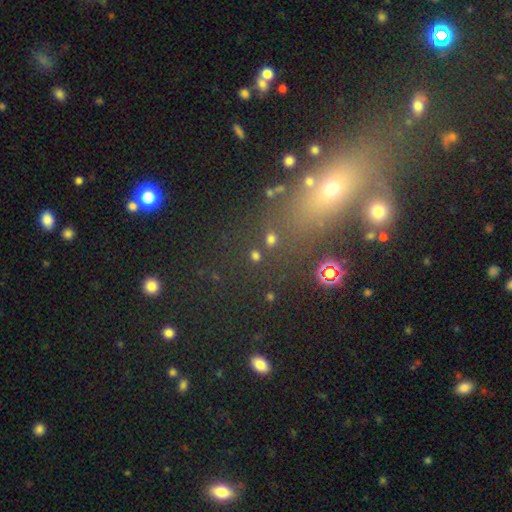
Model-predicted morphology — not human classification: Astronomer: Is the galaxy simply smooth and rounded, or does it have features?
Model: smooth — 64%.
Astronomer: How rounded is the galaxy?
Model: round — 80%.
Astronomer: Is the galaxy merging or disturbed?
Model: none — 79%.